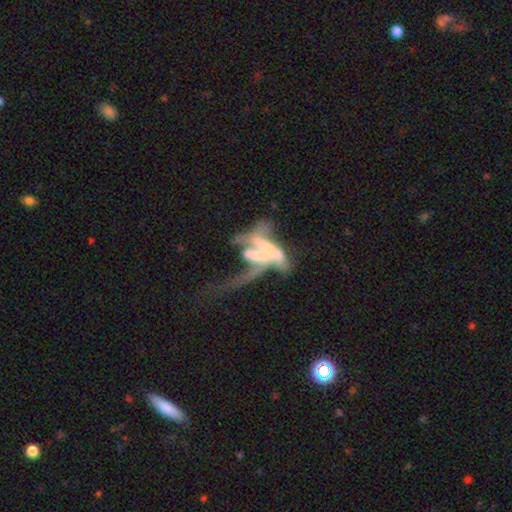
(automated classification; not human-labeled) A featured or disk galaxy (62%) with no bar (69%), no spiral arms (73%) and no central bulge (40%).

Vote fractions:
- Smooth or featured? featured or disk: 62% / smooth: 27% / star or artifact: 11%
- Edge-on disk? no: 84% / yes: 16%
- Bar? no: 69% / weak: 16% / strong: 15%
- Spiral arms? no: 73% / yes: 27%
- Bulge size? none: 40% / moderate: 27% / small: 19% / large: 10% / dominant: 3%
- Merging? merger: 57% / major disturbance: 29% / none: 9% / minor disturbance: 6%